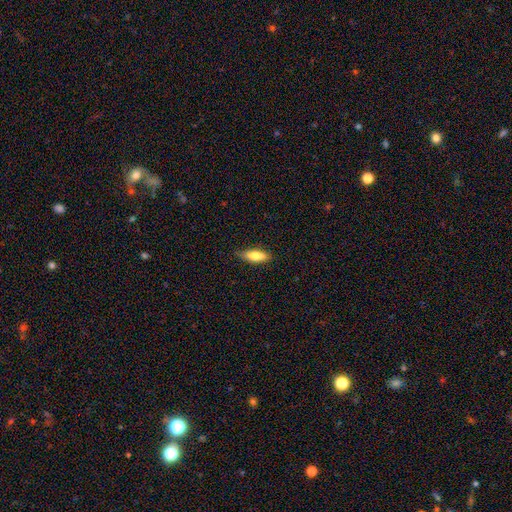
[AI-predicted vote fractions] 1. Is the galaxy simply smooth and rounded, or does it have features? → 75% smooth, 19% featured or disk, 6% star or artifact.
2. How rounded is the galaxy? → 54% in between, 44% cigar-shaped, 2% round.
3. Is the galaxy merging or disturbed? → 79% none, 17% minor disturbance, 3% major disturbance, 1% merger.